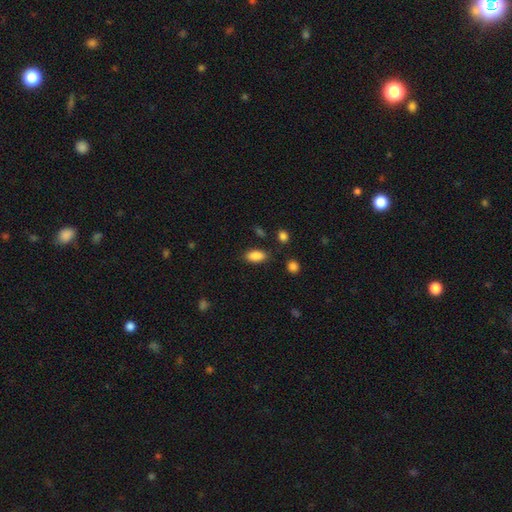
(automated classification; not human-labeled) Smooth or featured? Predicted: smooth (p=0.88). How rounded? Predicted: in between (p=0.90). Merging? Predicted: none (p=0.81).